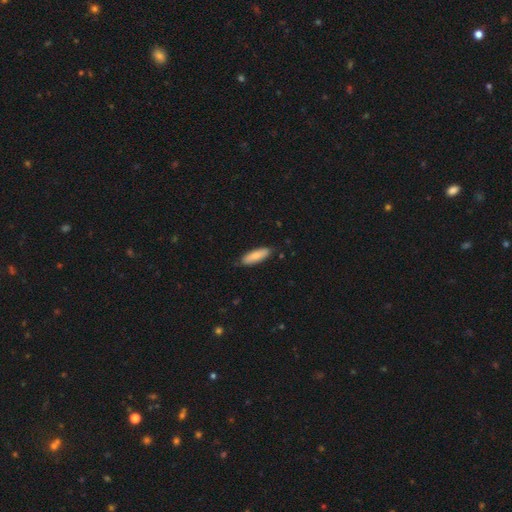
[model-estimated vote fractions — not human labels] smooth 81%, featured or disk 13%, star or artifact 6%. Down the decision tree: how rounded — in between (53%); merging — none (83%).